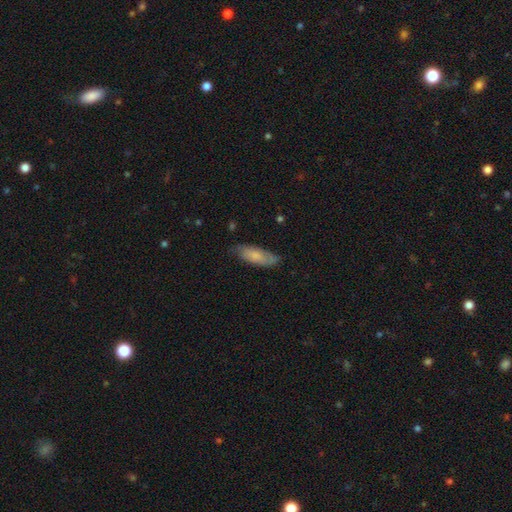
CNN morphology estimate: smooth-or-featured: smooth: 65% | featured or disk: 29% | star or artifact: 6%
  how-rounded: in between: 64% | cigar-shaped: 35% | round: 2%
  merging: none: 71% | minor disturbance: 23% | major disturbance: 5% | merger: 1%